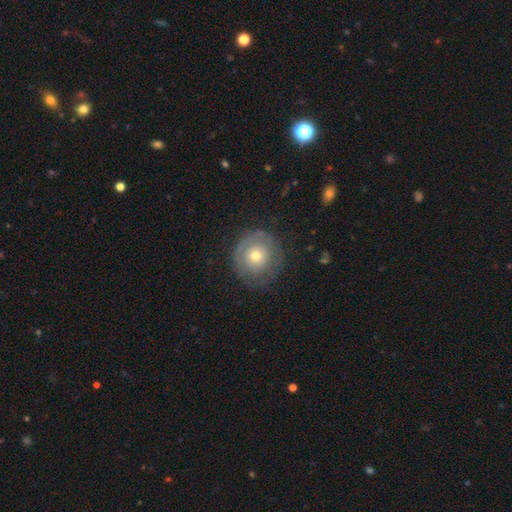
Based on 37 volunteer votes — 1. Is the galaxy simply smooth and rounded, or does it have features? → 54% featured or disk, 41% smooth, 5% star or artifact.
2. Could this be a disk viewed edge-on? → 100% no, 0% yes.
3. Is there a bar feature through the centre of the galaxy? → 95% no, 5% strong, 0% weak.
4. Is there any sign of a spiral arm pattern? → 95% no, 5% yes.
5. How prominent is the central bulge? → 45% moderate (tied), 45% small (tied), 5% dominant, 5% large, 0% none.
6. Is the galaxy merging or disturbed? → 74% none, 20% minor disturbance, 6% major disturbance, 0% merger.